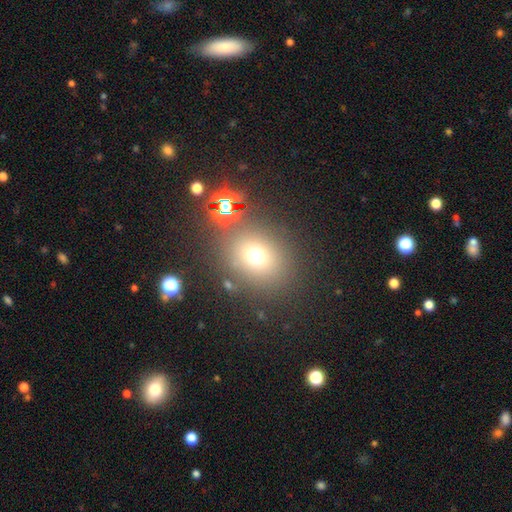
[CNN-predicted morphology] Smooth or featured?
  - smooth: 68% *
  - star or artifact: 22%
  - featured or disk: 10%
How rounded?
  - round: 72% *
  - in between: 27%
  - cigar-shaped: 1%
Merging?
  - none: 79% *
  - minor disturbance: 9%
  - merger: 7%
  - major disturbance: 5%